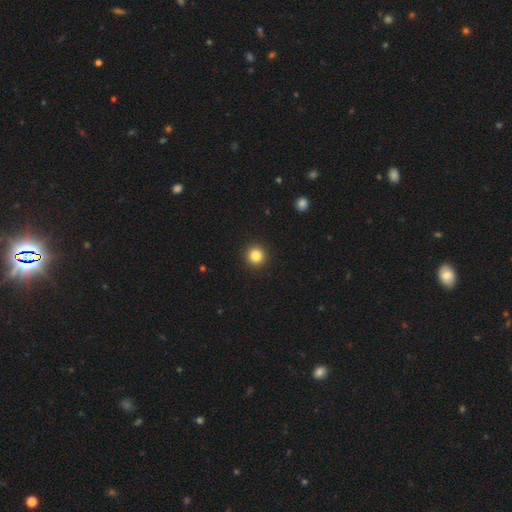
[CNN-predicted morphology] smooth 83%, star or artifact 11%, featured or disk 5%. Down the decision tree: how rounded — round (95%); merging — none (93%).